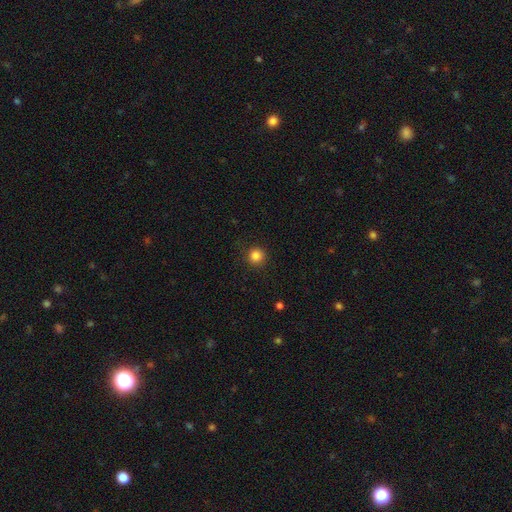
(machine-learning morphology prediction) Smooth or featured? Predicted: smooth (p=0.85). How rounded? Predicted: round (p=0.95). Merging? Predicted: none (p=0.89).